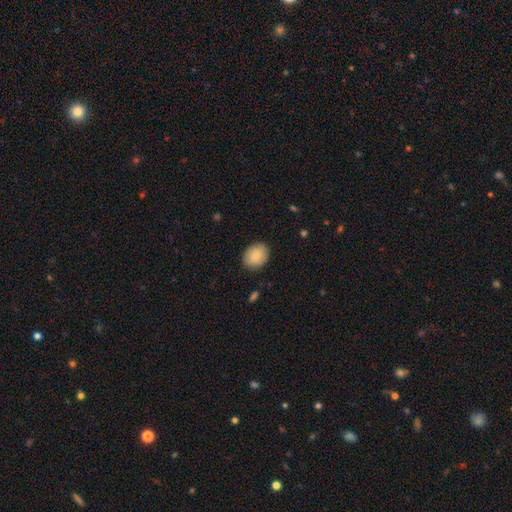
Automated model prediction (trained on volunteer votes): A smooth galaxy with no disk features (86%) that is in between round and cigar-shaped (56%). Merging: none (87%).